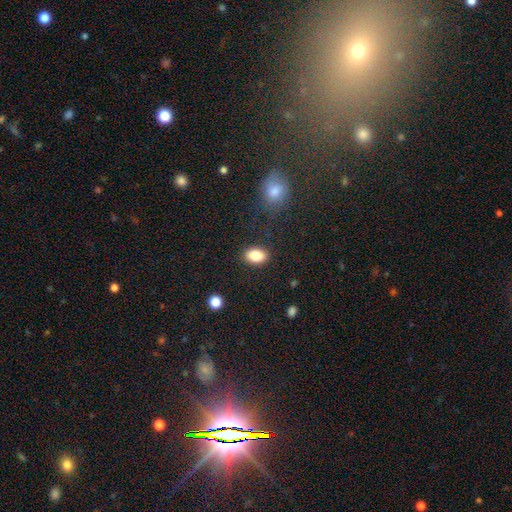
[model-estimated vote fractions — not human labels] smooth-or-featured: smooth: 86% | star or artifact: 8% | featured or disk: 6%
  how-rounded: in between: 86% | round: 13% | cigar-shaped: 1%
  merging: none: 87% | minor disturbance: 9% | major disturbance: 3% | merger: 2%